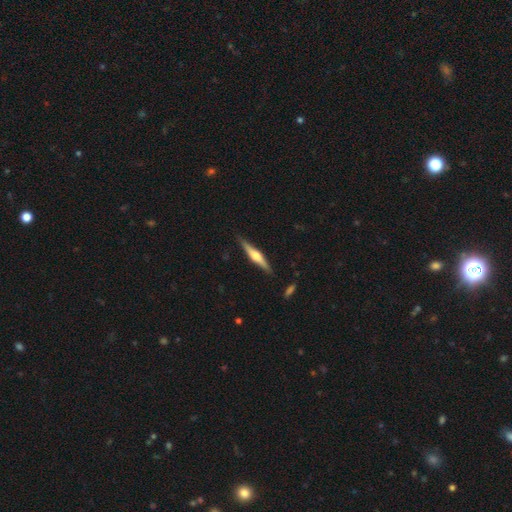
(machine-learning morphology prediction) Smooth or featured?
  - featured or disk: 67% *
  - smooth: 28%
  - star or artifact: 5%
Edge-on disk?
  - yes: 97% *
  - no: 3%
Edge-on bulge?
  - rounded: 88% *
  - boxy: 8%
  - none: 4%
Merging?
  - none: 88% *
  - minor disturbance: 9%
  - major disturbance: 2%
  - merger: 1%